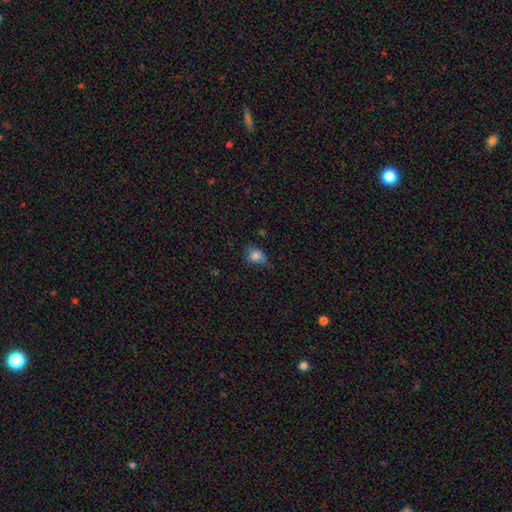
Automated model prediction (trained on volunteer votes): This appears to be a smooth galaxy with no disk features (81%) that is in between round and cigar-shaped (58%). Merging: none (48%).